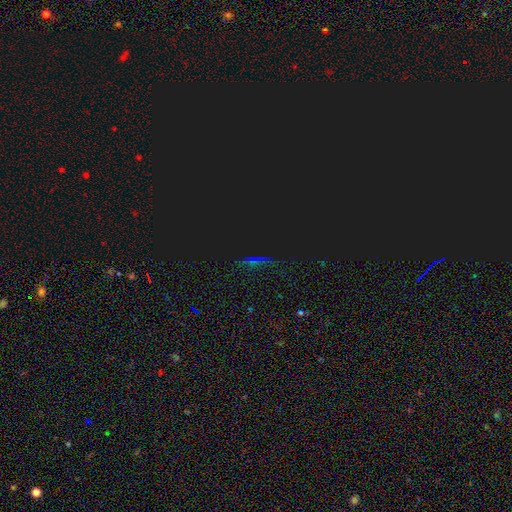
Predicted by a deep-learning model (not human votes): A star or artifact, not a galaxy (76%).

Vote fractions:
- Smooth or featured? star or artifact: 76% / smooth: 16% / featured or disk: 8%